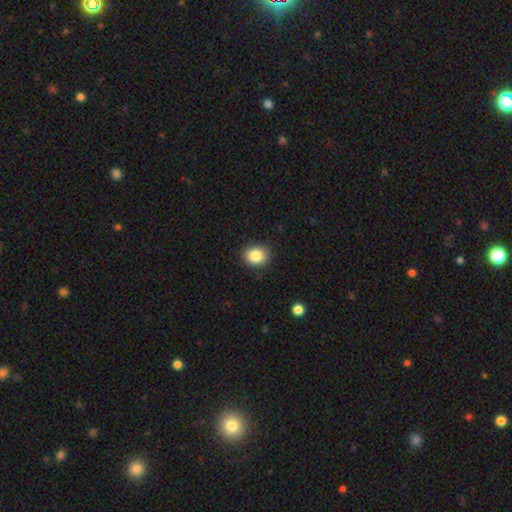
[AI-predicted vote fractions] smooth_or_featured: smooth (p=0.85) [alt: star or artifact p=0.09]
how_rounded: round (p=0.67) [alt: in between p=0.32]
merging: none (p=0.88) [alt: minor disturbance p=0.09]